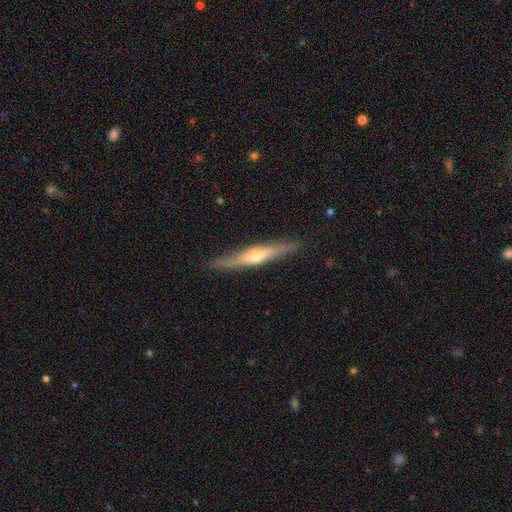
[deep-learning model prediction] smooth_or_featured: featured or disk (p=0.64) [alt: smooth p=0.30]
disk_edge_on: yes (p=0.94) [alt: no p=0.06]
edge_on_bulge: rounded (p=0.84) [alt: none p=0.11]
merging: none (p=0.88) [alt: minor disturbance p=0.09]